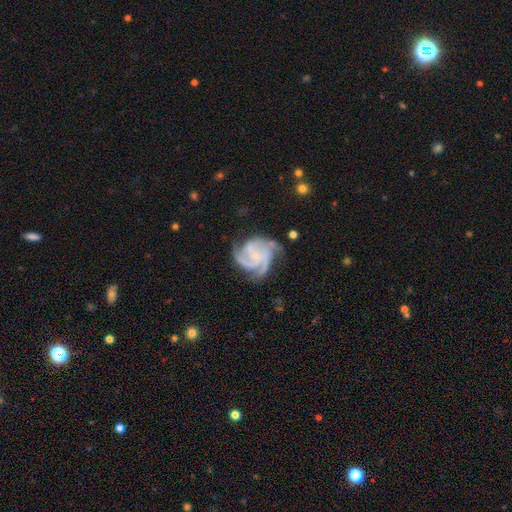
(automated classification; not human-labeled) This appears to be a featured or disk galaxy (88%) with no bar (63%), 3 (59%) medium (47%) spiral arms (98%) and a small central bulge (65%). Merging: none (64%).